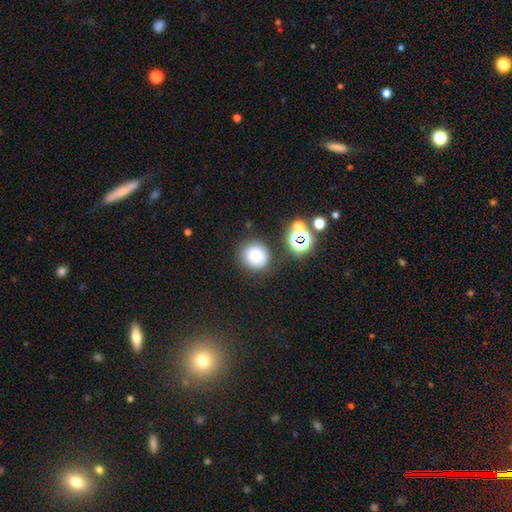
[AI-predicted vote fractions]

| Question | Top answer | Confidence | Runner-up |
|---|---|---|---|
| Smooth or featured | smooth | 75% | star or artifact (15%) |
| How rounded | round | 86% | in between (14%) |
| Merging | none | 75% | minor disturbance (14%) |